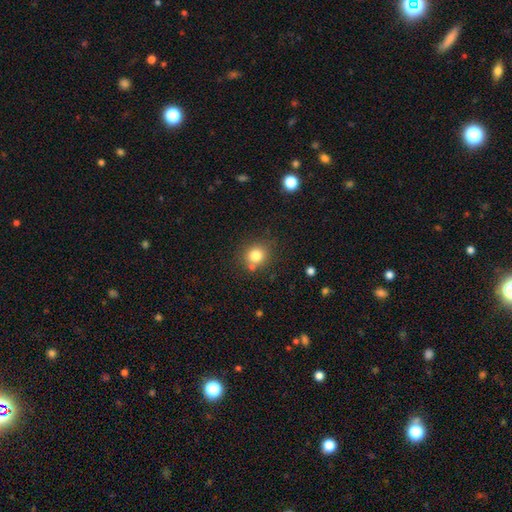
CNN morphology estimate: smooth 79%, star or artifact 12%, featured or disk 8%. Down the decision tree: how rounded — round (84%); merging — none (73%).